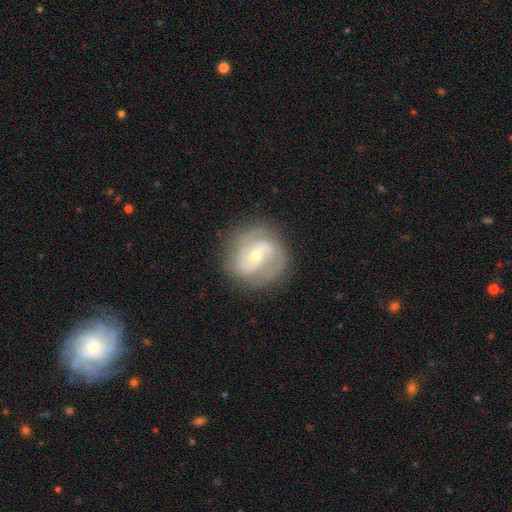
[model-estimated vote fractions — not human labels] Morphology: type=featured or disk (83%); edge-on=no (98%); bar=weak (45%); spiral arms=yes (94%); winding=medium (44%); arm count=2 (59%); bulge=small (50%); merging=none (77%).